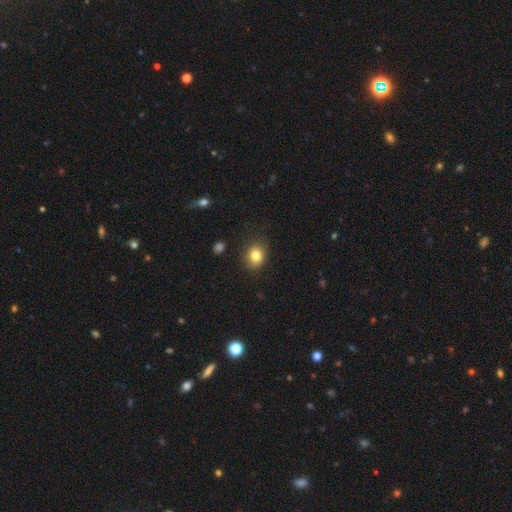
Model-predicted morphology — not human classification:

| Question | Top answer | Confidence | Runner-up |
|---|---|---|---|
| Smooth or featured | smooth | 83% | star or artifact (10%) |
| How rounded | round | 62% | in between (38%) |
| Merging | none | 84% | minor disturbance (12%) |